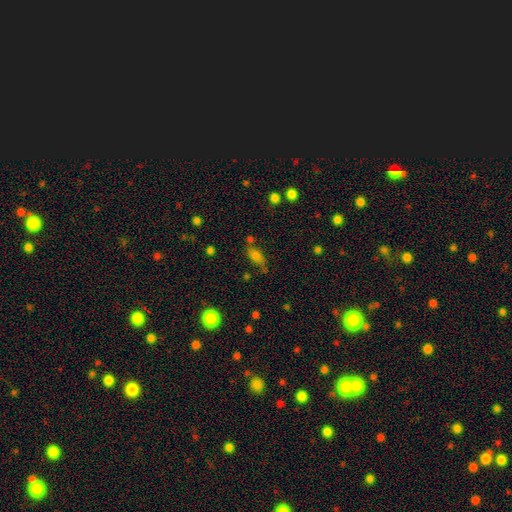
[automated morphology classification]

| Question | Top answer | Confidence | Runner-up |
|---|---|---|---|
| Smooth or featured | smooth | 69% | featured or disk (17%) |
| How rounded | in between | 77% | cigar-shaped (14%) |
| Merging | none | 59% | minor disturbance (21%) |